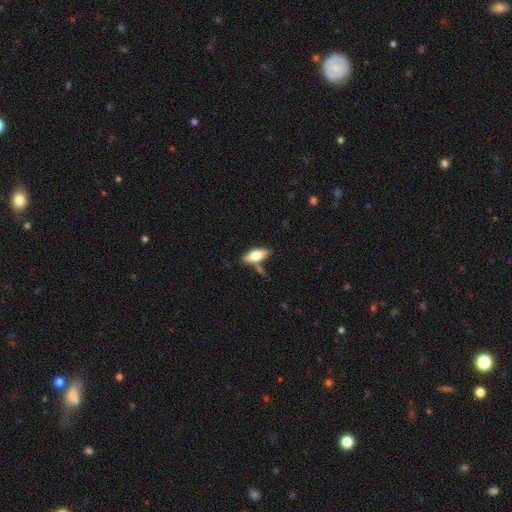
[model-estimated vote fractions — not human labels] Smooth or featured? Predicted: smooth (p=0.68). How rounded? Predicted: in between (p=0.75). Merging? Predicted: none (p=0.66).